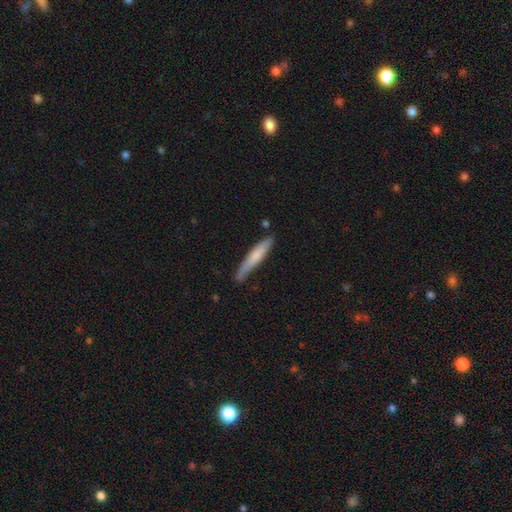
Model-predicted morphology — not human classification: type=smooth (66%); roundness=cigar-shaped (93%); merging=none (72%).